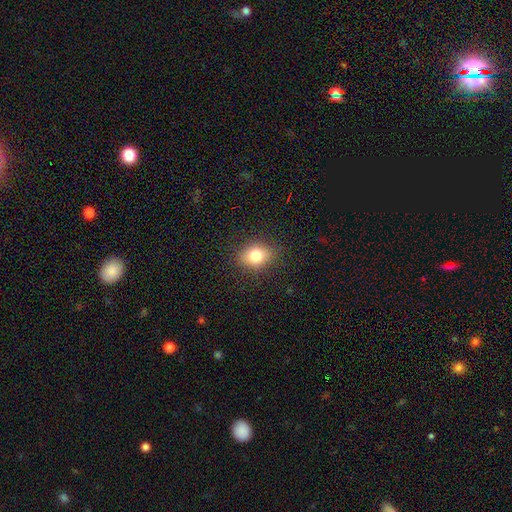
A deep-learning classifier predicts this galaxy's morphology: Smooth or featured: smooth — 80% (star or artifact — 10%)
How rounded: in between — 67% (round — 31%)
Merging: none — 85% (minor disturbance — 11%)